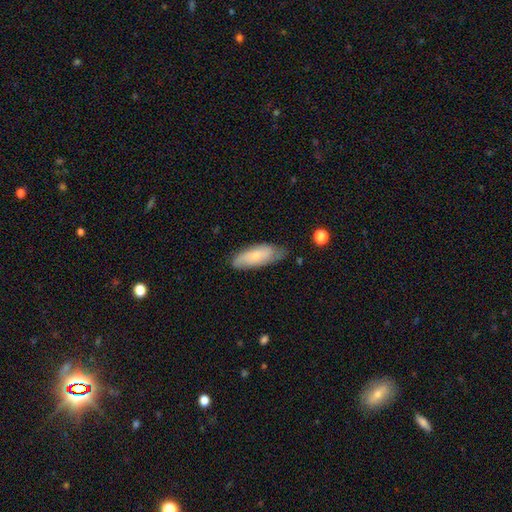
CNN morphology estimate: Smooth or featured?
  - smooth: 64% *
  - featured or disk: 29%
  - star or artifact: 6%
How rounded?
  - in between: 69% *
  - cigar-shaped: 30%
  - round: 2%
Merging?
  - none: 65% *
  - minor disturbance: 28%
  - major disturbance: 6%
  - merger: 2%